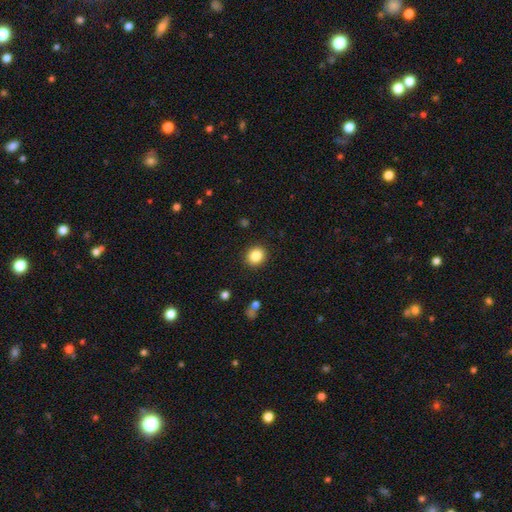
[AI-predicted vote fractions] This is clearly a smooth galaxy (86%). How rounded: likely round (78%). Merging: clearly none (90%).